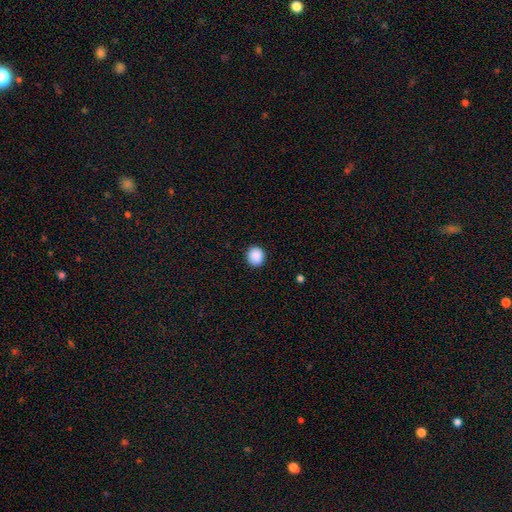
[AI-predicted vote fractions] Q: Smooth or featured?
A: smooth (90%); runner-up: star or artifact (8%)
Q: How rounded?
A: round (86%); runner-up: in between (13%)
Q: Merging?
A: none (91%); runner-up: minor disturbance (6%)